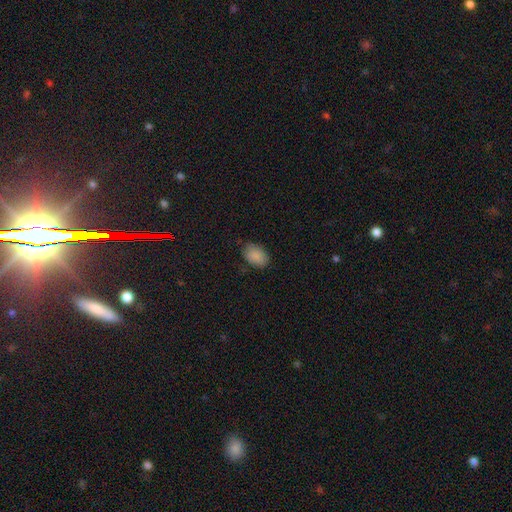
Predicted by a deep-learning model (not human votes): Smooth or featured: smooth — 88% (star or artifact — 8%)
How rounded: in between — 84% (round — 15%)
Merging: none — 76% (minor disturbance — 19%)